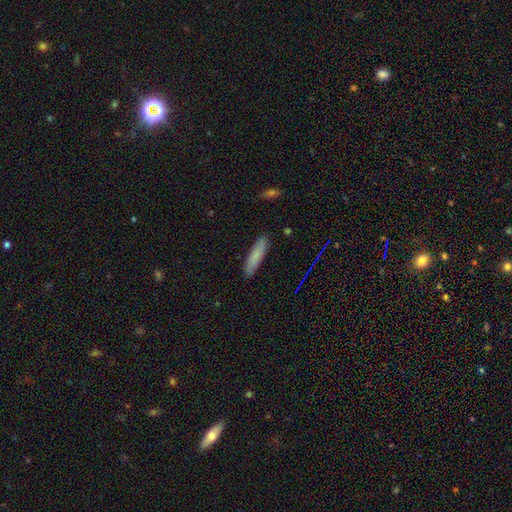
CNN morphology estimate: The model was most divided on "how rounded": cigar-shaped: 81%, in between: 18%, round: 1%. More confident: merging — none (89%); smooth or featured — smooth (80%).